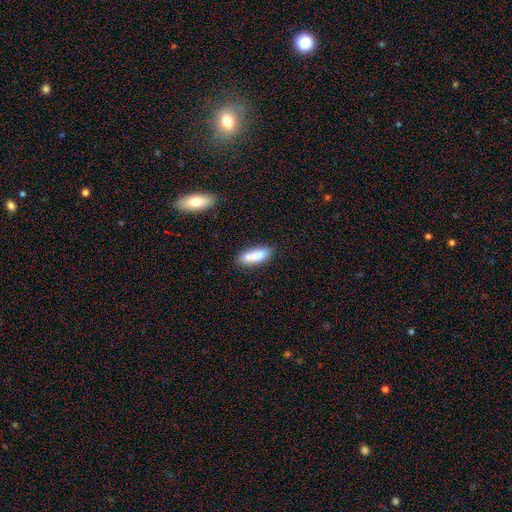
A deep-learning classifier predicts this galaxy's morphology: The model was most divided on "how rounded": in between: 57%, cigar-shaped: 41%, round: 2%. More confident: smooth or featured — smooth (79%); merging — none (62%).